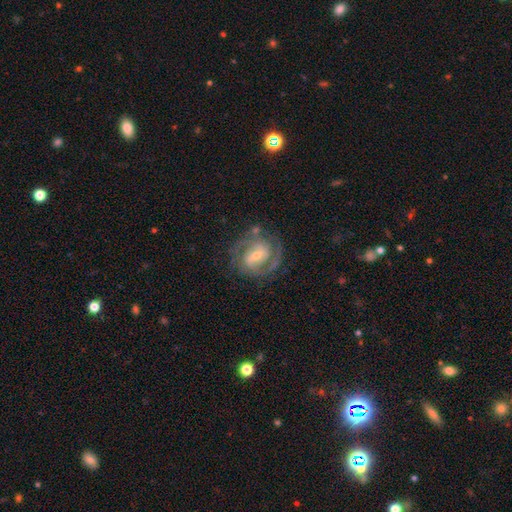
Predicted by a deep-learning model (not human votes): Smooth or featured?
  - featured or disk: 86% *
  - smooth: 8%
  - star or artifact: 5%
Edge-on disk?
  - no: 97% *
  - yes: 3%
Bar?
  - weak: 46% *
  - no: 28%
  - strong: 26%
Spiral arms?
  - yes: 95% *
  - no: 5%
Spiral winding?
  - tight: 50% *
  - medium: 41%
  - loose: 9%
Spiral arm count?
  - 2: 67% *
  - can't tell: 12%
  - 3: 12%
  - 1: 4%
  - 4: 3%
  - more than 4: 2%
Bulge size?
  - small: 55% *
  - moderate: 41%
  - large: 2%
  - none: 1%
  - dominant: 1%
Merging?
  - none: 72% *
  - minor disturbance: 16%
  - major disturbance: 9%
  - merger: 3%